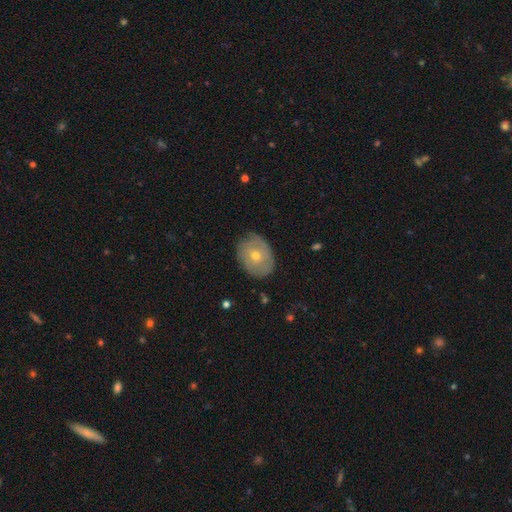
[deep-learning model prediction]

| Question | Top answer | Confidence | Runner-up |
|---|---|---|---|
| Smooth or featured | featured or disk | 47% | smooth (45%) |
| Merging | none | 80% | minor disturbance (15%) |